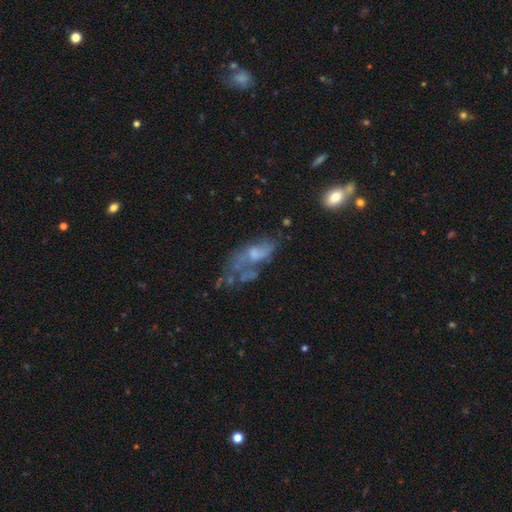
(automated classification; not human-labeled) Overall: featured or disk (52%; smooth 28%). Edge-on disk: no (87%). Merging: none (35%; major disturbance 32%).